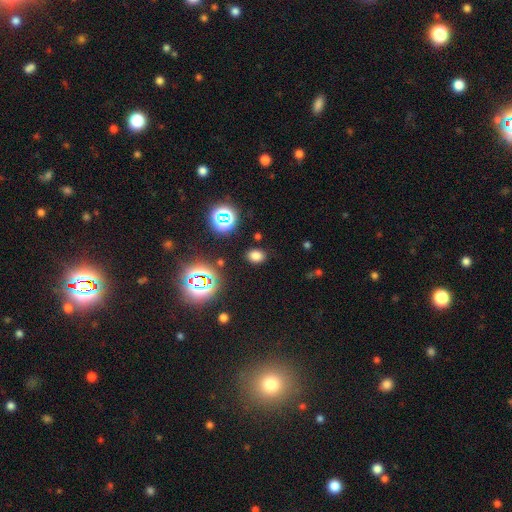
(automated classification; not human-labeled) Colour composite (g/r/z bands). It shows a smooth galaxy with no disk features (72%) that is in between round and cigar-shaped (63%). Merging: none (87%).